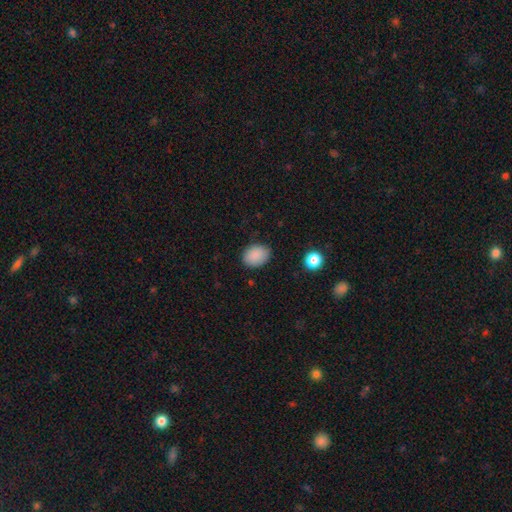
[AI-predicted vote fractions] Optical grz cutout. It shows a smooth galaxy with no disk features (88%) that is in between round and cigar-shaped (64%). Merging: none (83%).